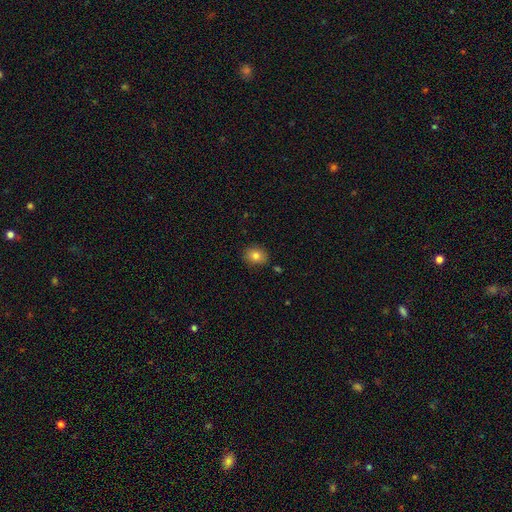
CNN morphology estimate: type=smooth (82%); roundness=round (52%); merging=none (84%).